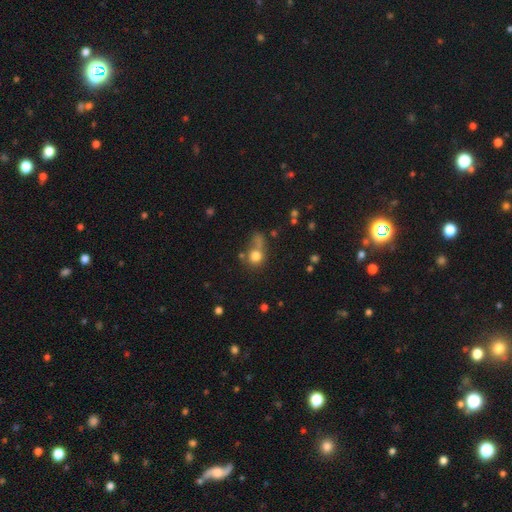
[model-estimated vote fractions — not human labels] Smooth or featured? smooth (77%)
How rounded? round (81%)
Merging? none (44%)